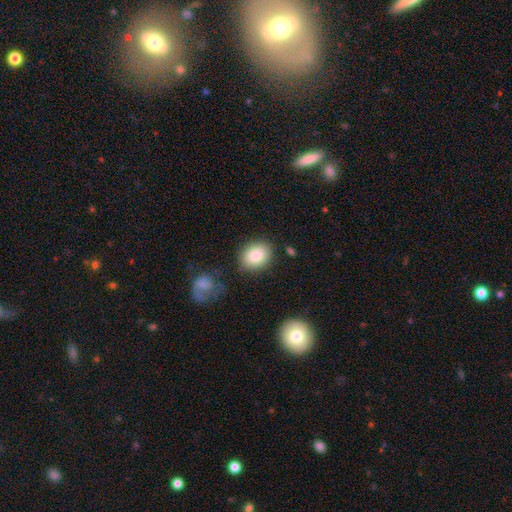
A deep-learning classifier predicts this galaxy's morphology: Smooth or featured?
  - smooth: 85% *
  - star or artifact: 7%
  - featured or disk: 7%
How rounded?
  - in between: 52% *
  - round: 47%
  - cigar-shaped: 1%
Merging?
  - none: 81% *
  - minor disturbance: 12%
  - merger: 4%
  - major disturbance: 4%